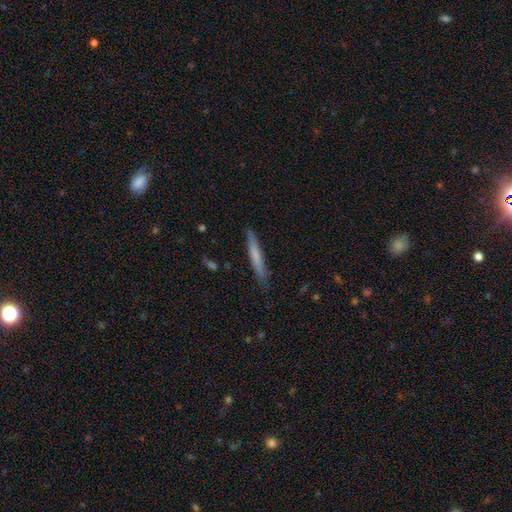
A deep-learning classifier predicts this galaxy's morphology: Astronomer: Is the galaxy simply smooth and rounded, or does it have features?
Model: smooth — 63%.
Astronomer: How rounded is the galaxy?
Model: cigar-shaped — 95%.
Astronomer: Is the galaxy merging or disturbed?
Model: none — 85%.